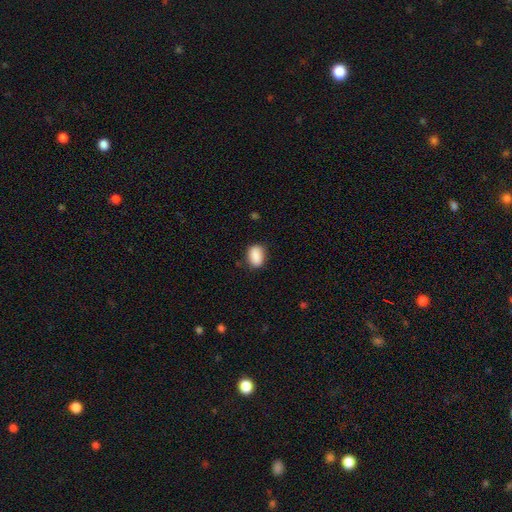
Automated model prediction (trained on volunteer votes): Q: Smooth or featured?
A: smooth (88%); runner-up: star or artifact (7%)
Q: How rounded?
A: in between (81%); runner-up: round (17%)
Q: Merging?
A: none (80%); runner-up: minor disturbance (15%)